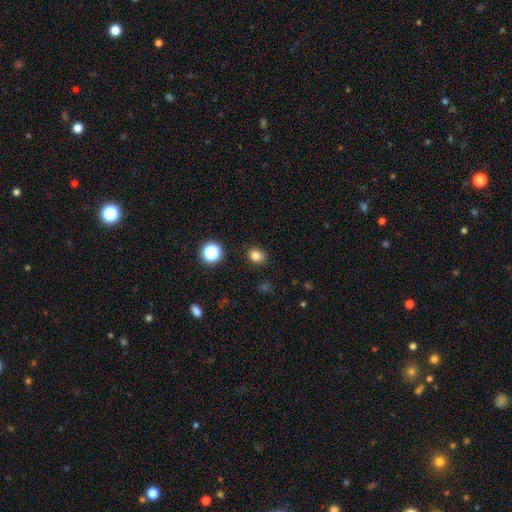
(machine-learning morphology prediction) smooth-or-featured: smooth: 80% | star or artifact: 14% | featured or disk: 6%
  how-rounded: in between: 50% | round: 49% | cigar-shaped: 1%
  merging: none: 87% | minor disturbance: 9% | major disturbance: 3% | merger: 2%